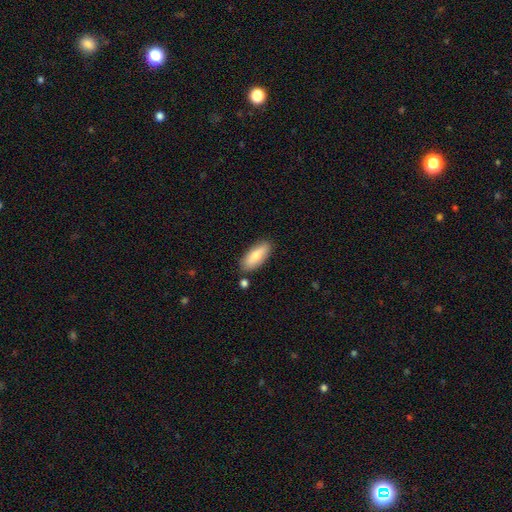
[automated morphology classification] smooth 77%, featured or disk 17%, star or artifact 6%. Down the decision tree: how rounded — in between (73%); merging — none (82%).